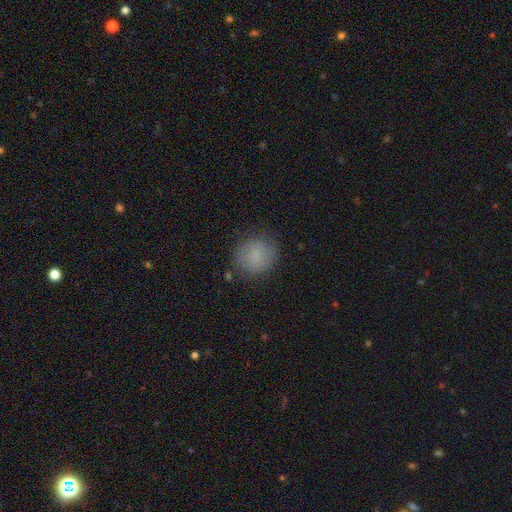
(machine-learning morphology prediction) The model was most divided on "how rounded": round: 77%, in between: 22%, cigar-shaped: 1%. More confident: smooth or featured — smooth (81%); merging — none (81%).